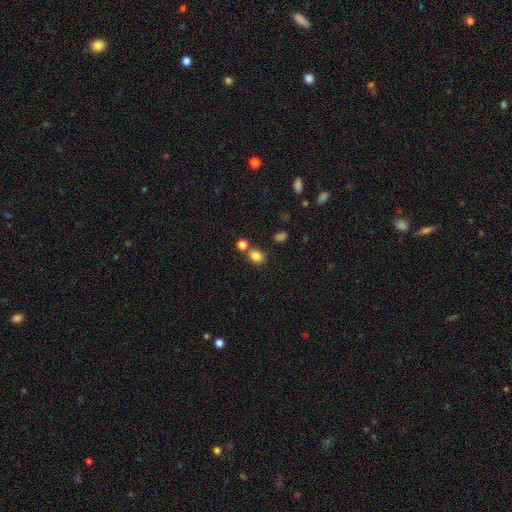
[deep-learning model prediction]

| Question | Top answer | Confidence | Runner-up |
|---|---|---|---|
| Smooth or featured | smooth | 83% | star or artifact (12%) |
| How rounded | in between | 50% | round (48%) |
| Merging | none | 69% | merger (17%) |